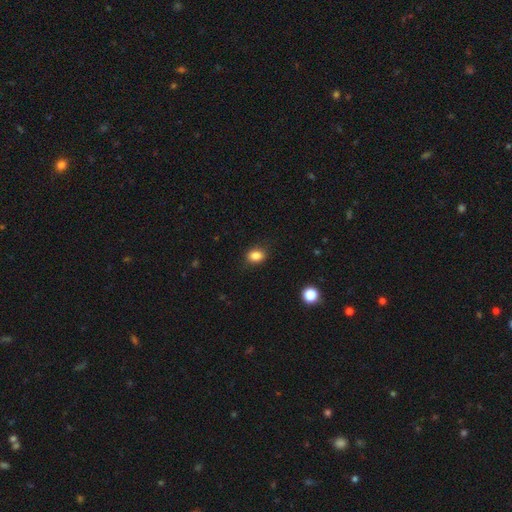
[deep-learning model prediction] Morphology: type=smooth (85%); roundness=in between (64%); merging=none (85%).